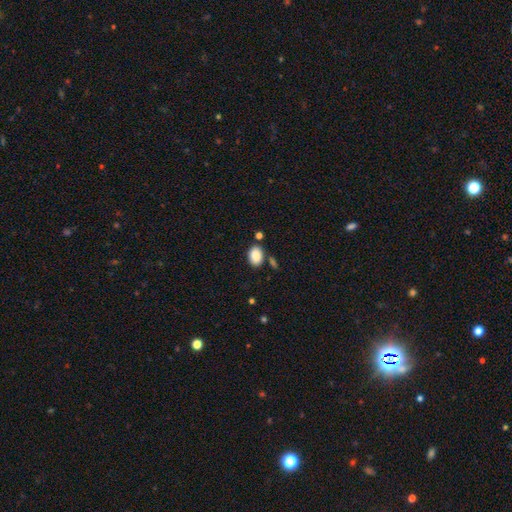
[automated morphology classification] Smooth or featured: smooth — 87% (star or artifact — 8%)
How rounded: in between — 77% (round — 22%)
Merging: none — 76% (minor disturbance — 12%)